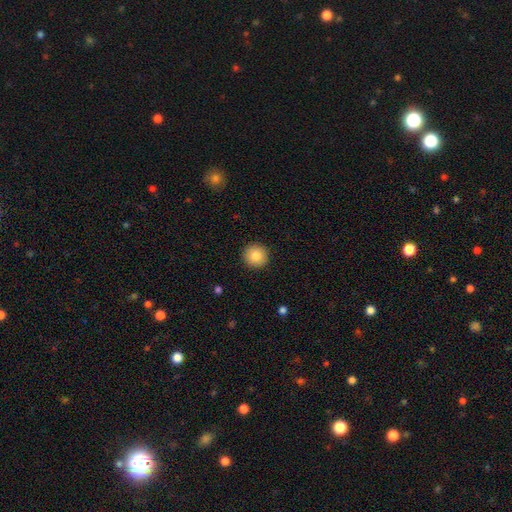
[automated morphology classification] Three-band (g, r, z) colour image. It shows a smooth galaxy with no disk features (83%) that is round (95%). Merging: none (92%).